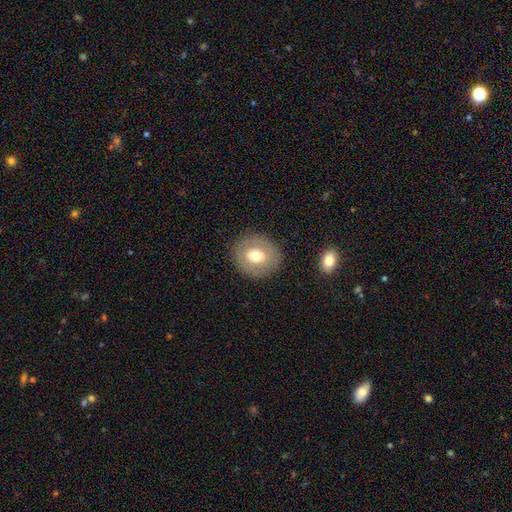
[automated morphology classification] smooth 62%, featured or disk 30%, star or artifact 8%. Down the decision tree: how rounded — round (76%); merging — none (87%).